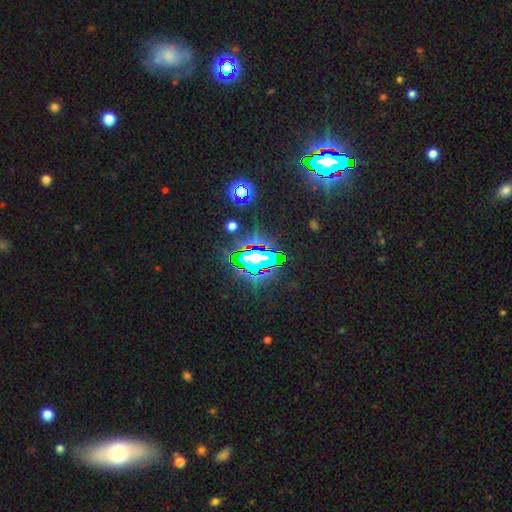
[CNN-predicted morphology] This appears to be a star or artifact, not a galaxy (81%).